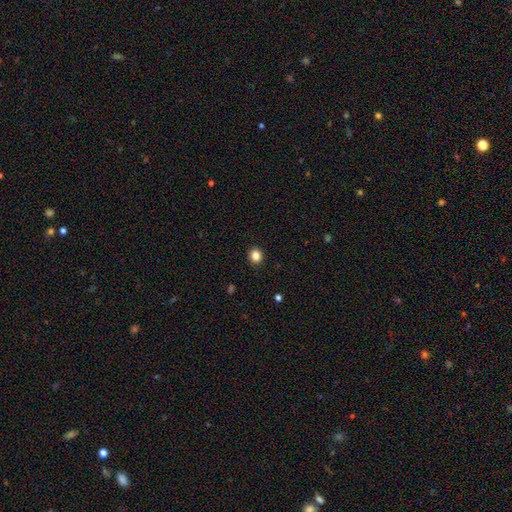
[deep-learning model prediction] This appears to be a smooth galaxy with no disk features (85%) that is round (78%). Merging: none (92%).